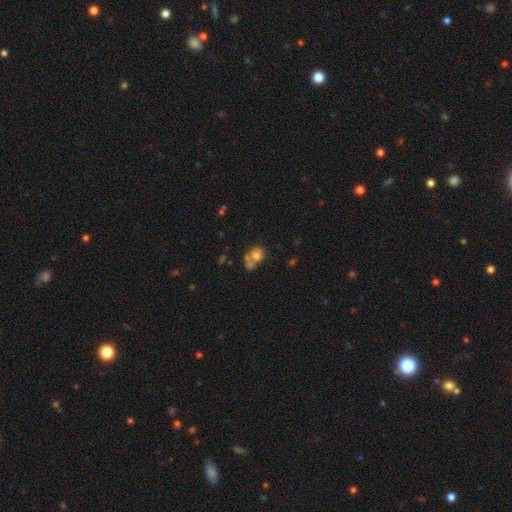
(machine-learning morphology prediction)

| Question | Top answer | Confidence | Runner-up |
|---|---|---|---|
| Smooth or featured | smooth | 66% | featured or disk (21%) |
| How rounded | round | 54% | in between (44%) |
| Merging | merger | 50% | none (26%) |